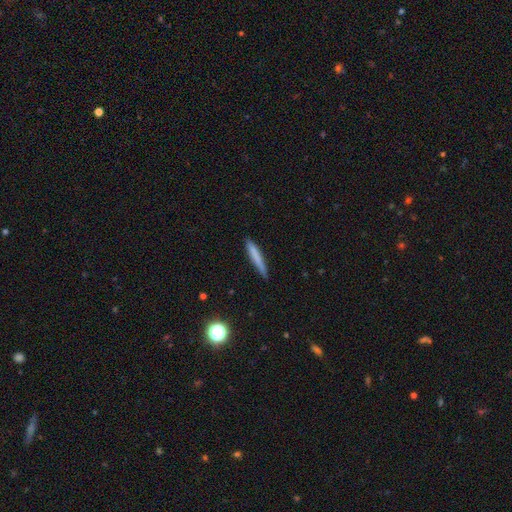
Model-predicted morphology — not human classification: A smooth galaxy with no disk features (71%) that is cigar-shaped (95%).

Vote fractions:
- Smooth or featured? smooth: 71% / featured or disk: 22% / star or artifact: 7%
- How rounded? cigar-shaped: 95% / in between: 4% / round: 1%
- Merging? none: 84% / minor disturbance: 12% / major disturbance: 2% / merger: 1%